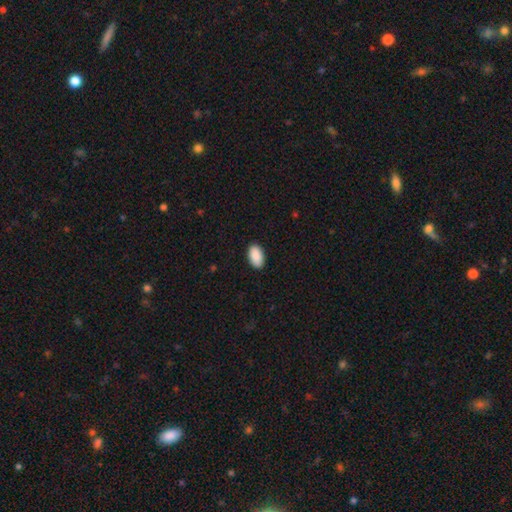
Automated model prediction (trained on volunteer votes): Morphology: type=smooth (91%); roundness=in between (95%); merging=none (90%).